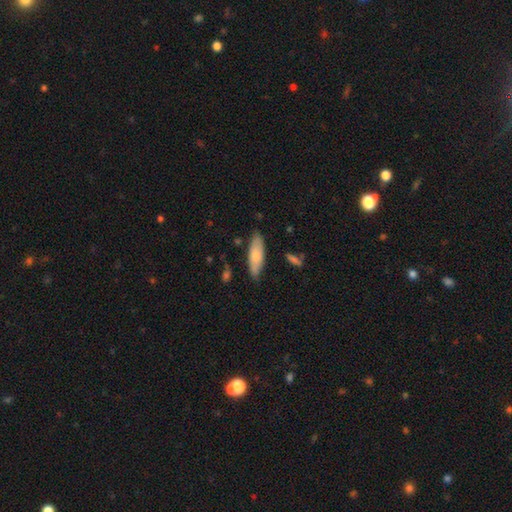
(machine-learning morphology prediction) This appears to be a smooth galaxy with no disk features (75%) that is in between round and cigar-shaped (59%). Merging: none (78%).